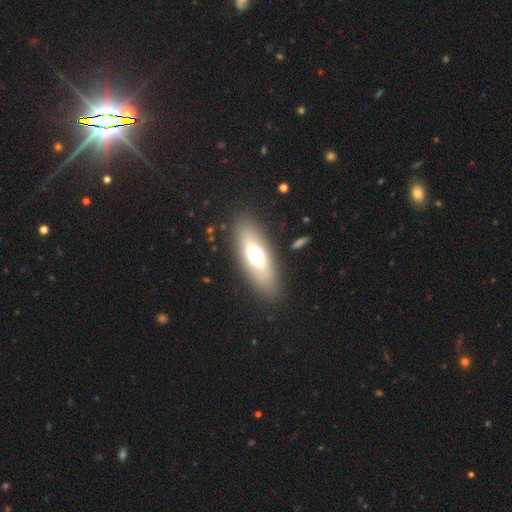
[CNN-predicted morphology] A smooth galaxy with no disk features (60%) that is in between round and cigar-shaped (69%).

Vote fractions:
- Smooth or featured? smooth: 60% / featured or disk: 30% / star or artifact: 9%
- How rounded? in between: 69% / cigar-shaped: 26% / round: 4%
- Merging? none: 85% / minor disturbance: 9% / major disturbance: 4% / merger: 2%